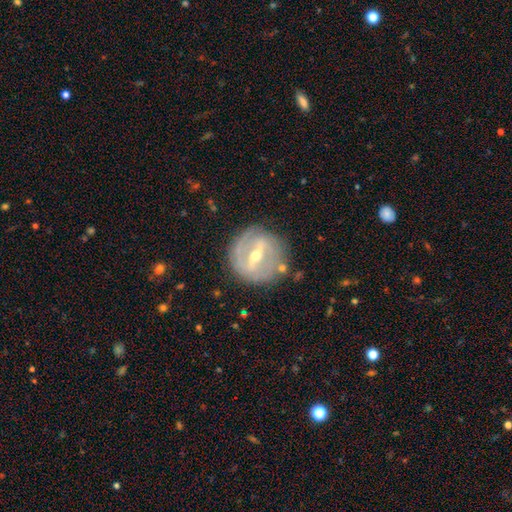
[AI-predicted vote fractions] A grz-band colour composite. It shows a featured or disk galaxy (80%) with a strong bar (62%), spiral arms (63%) and a moderate central bulge (55%). Merging: none (79%).